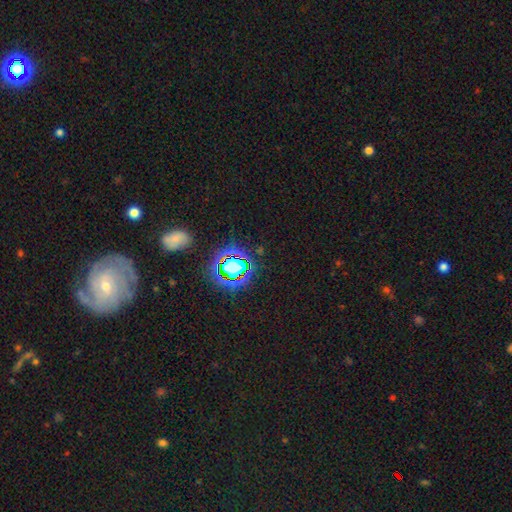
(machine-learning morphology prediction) A star or artifact, not a galaxy (62%).